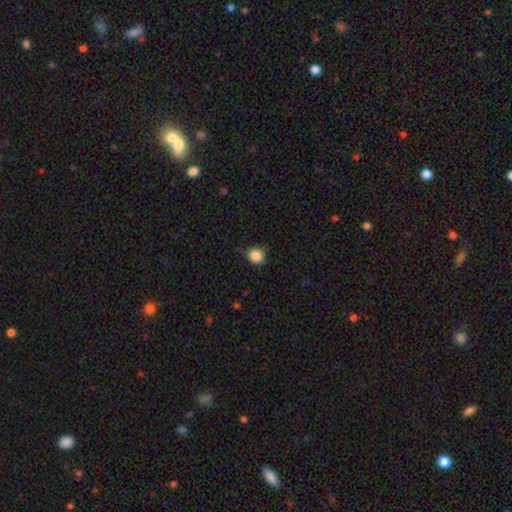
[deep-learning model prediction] The model was most divided on "merging": none: 71%, minor disturbance: 23%, major disturbance: 4%, merger: 1%. More confident: smooth or featured — smooth (86%); how rounded — round (85%).